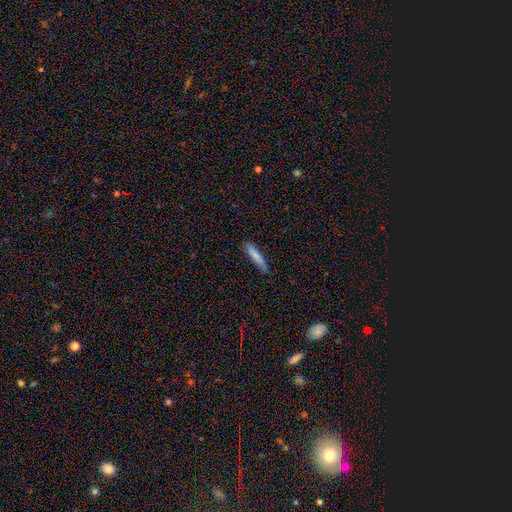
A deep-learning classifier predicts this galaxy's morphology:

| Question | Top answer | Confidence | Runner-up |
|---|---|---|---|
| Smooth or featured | smooth | 80% | featured or disk (14%) |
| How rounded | cigar-shaped | 92% | in between (7%) |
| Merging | none | 85% | minor disturbance (12%) |